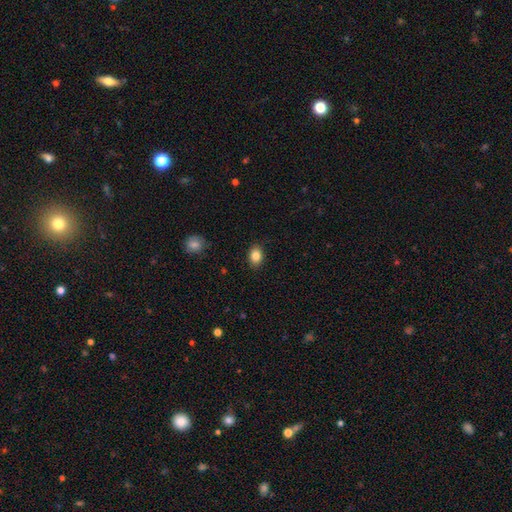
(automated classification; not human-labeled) Smooth or featured? smooth (85%)
How rounded? in between (72%)
Merging? none (88%)